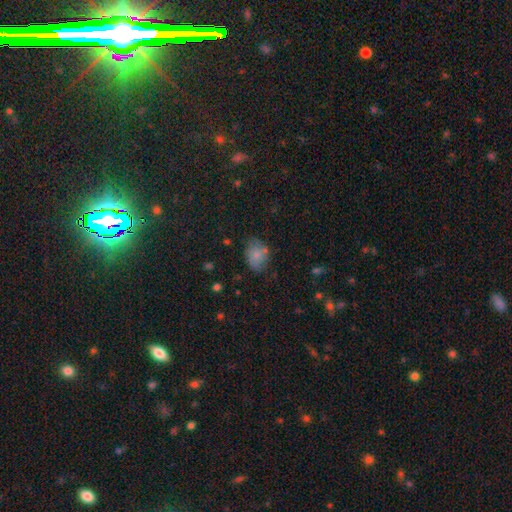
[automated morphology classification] A smooth galaxy with no disk features (78%) that is in between round and cigar-shaped (70%). Merging: none (64%).